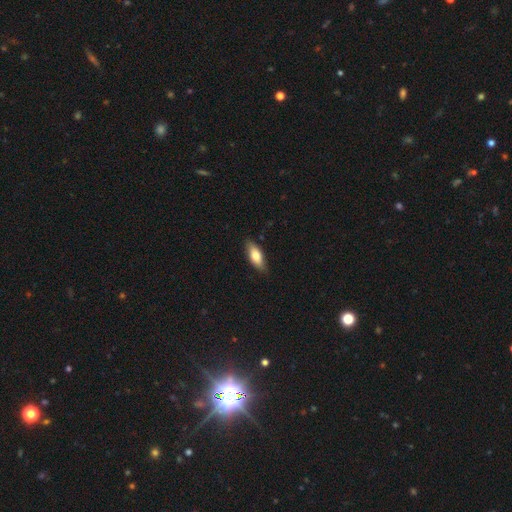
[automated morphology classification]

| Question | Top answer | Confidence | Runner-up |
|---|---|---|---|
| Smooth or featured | smooth | 75% | featured or disk (19%) |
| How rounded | in between | 79% | cigar-shaped (18%) |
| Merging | none | 81% | minor disturbance (15%) |